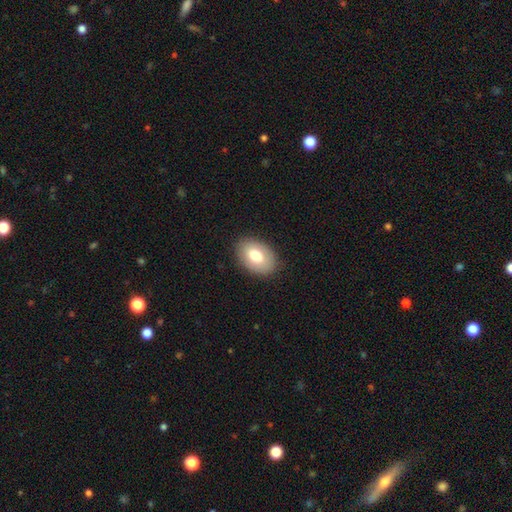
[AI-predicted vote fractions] This appears to be a smooth galaxy with no disk features (75%) that is in between round and cigar-shaped (88%). Merging: none (87%).